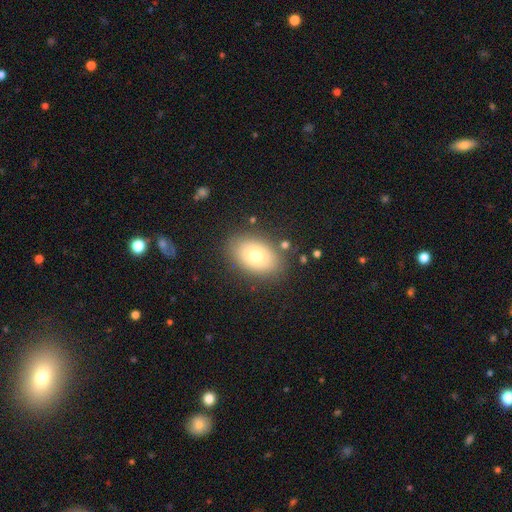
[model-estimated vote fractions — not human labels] The model was most divided on "smooth or featured": smooth: 77%, featured or disk: 14%, star or artifact: 9%. More confident: how rounded — in between (86%); merging — none (83%).